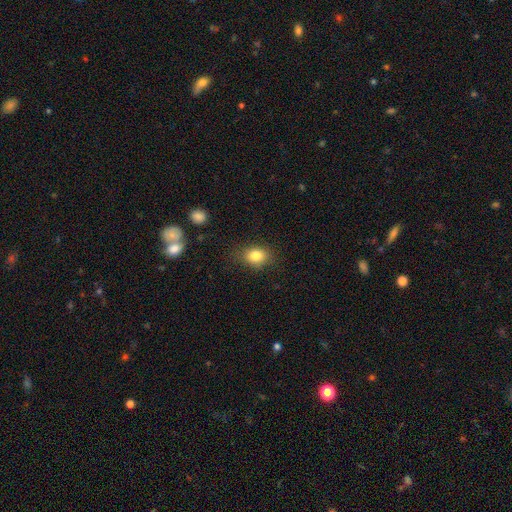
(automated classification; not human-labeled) smooth-or-featured: smooth: 82% | star or artifact: 10% | featured or disk: 8%
  how-rounded: in between: 59% | round: 40% | cigar-shaped: 1%
  merging: none: 78% | minor disturbance: 16% | major disturbance: 5% | merger: 1%